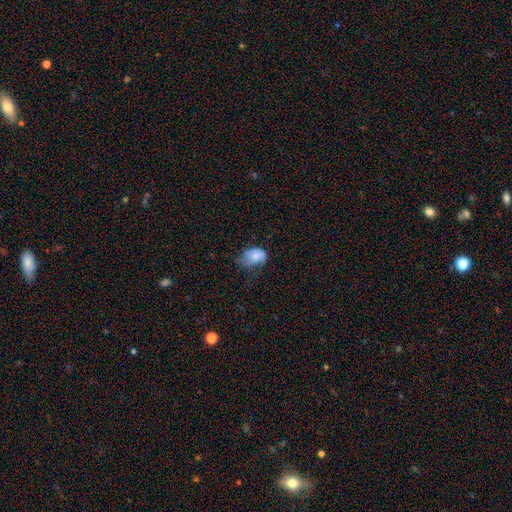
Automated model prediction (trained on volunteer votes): The model was most divided on "merging": major disturbance: 37%, minor disturbance: 36%, none: 25%, merger: 3%. More confident: how rounded — in between (82%); smooth or featured — smooth (69%).